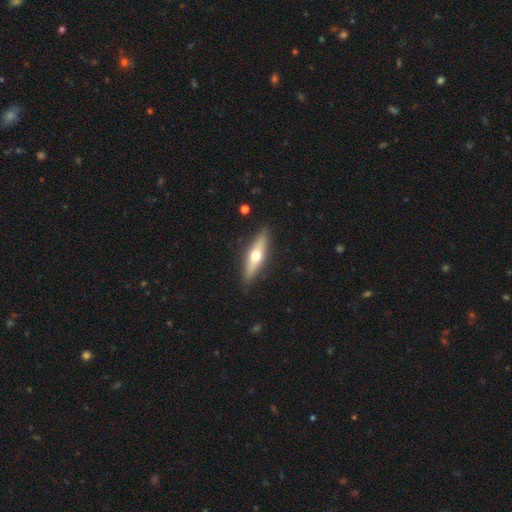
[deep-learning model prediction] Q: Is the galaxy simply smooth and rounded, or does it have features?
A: featured or disk — 52%.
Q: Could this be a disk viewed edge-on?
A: yes — 87%.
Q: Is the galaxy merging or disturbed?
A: none — 88%.